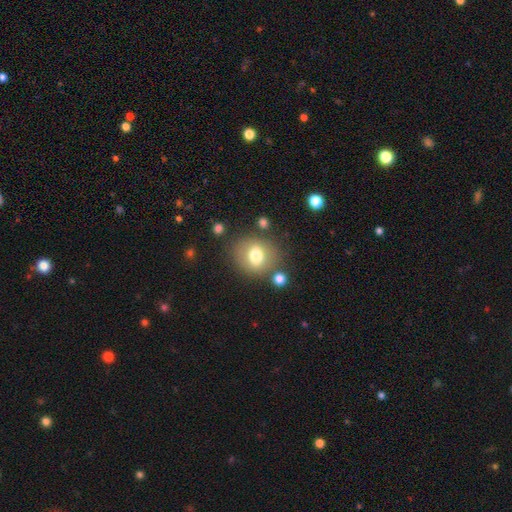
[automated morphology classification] Overall: smooth (69%). How rounded: round (66%; in between 33%). Merging: none (75%).